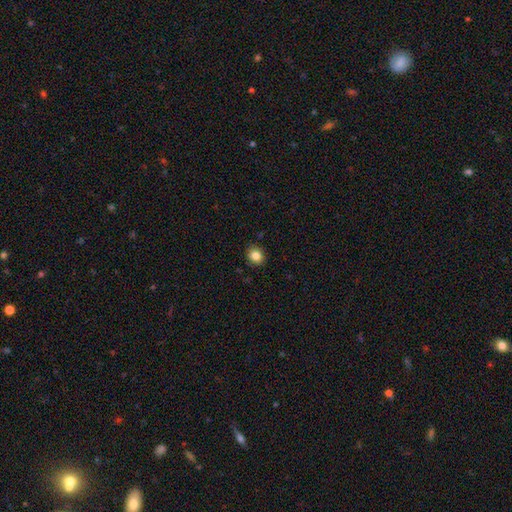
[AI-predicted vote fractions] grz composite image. It shows a smooth galaxy with no disk features (84%) that is round (72%). Merging: none (89%).